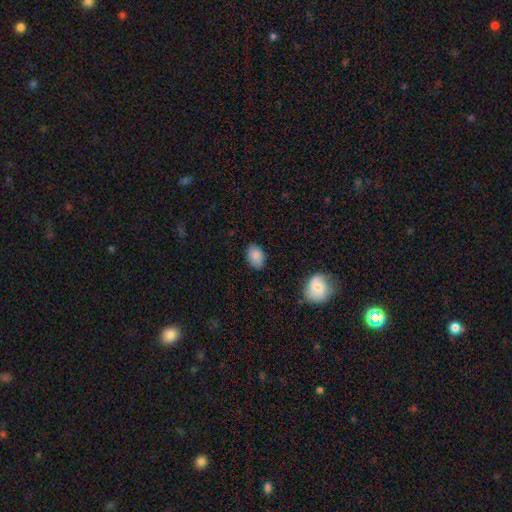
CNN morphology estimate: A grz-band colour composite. It shows a smooth galaxy with no disk features (84%) that is in between round and cigar-shaped (78%). Merging: none (80%).